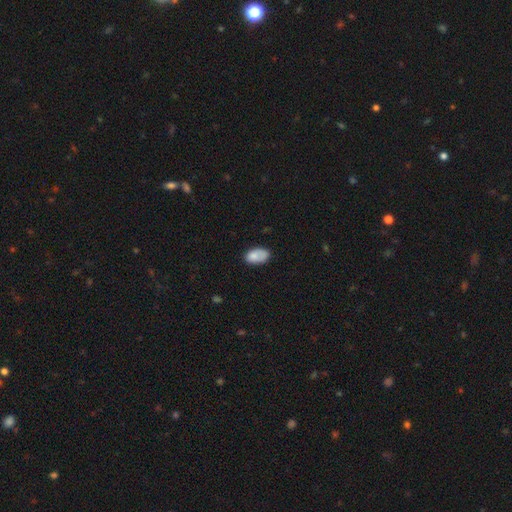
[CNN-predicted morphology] Smooth or featured? smooth (79%)
How rounded? in between (93%)
Merging? none (62%)